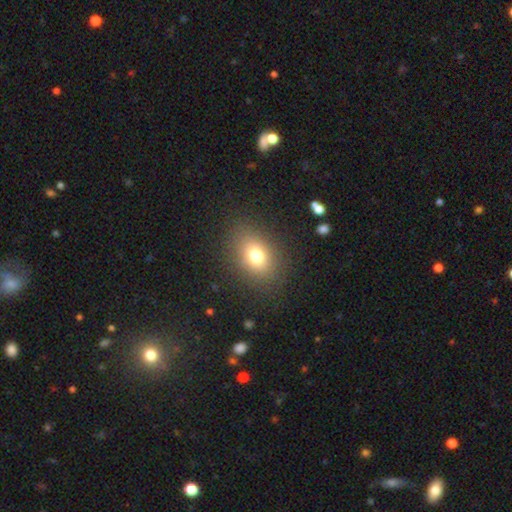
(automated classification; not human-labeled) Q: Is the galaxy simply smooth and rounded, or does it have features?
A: smooth — 73%.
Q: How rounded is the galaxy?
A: in between — 63%.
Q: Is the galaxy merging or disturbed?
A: none — 85%.